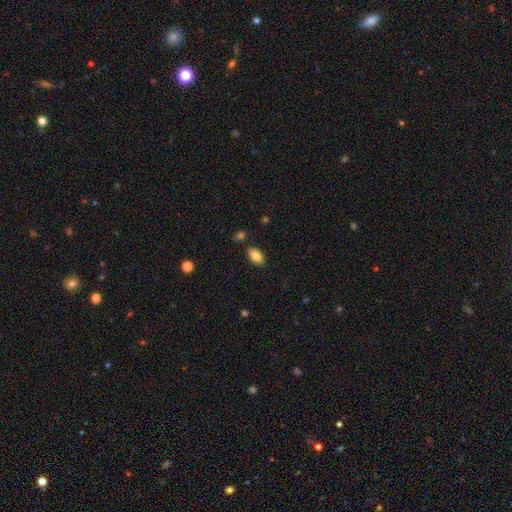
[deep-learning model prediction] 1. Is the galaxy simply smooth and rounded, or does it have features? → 84% smooth, 9% featured or disk, 8% star or artifact.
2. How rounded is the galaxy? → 92% in between, 6% round, 2% cigar-shaped.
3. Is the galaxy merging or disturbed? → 84% none, 10% minor disturbance, 3% merger, 2% major disturbance.